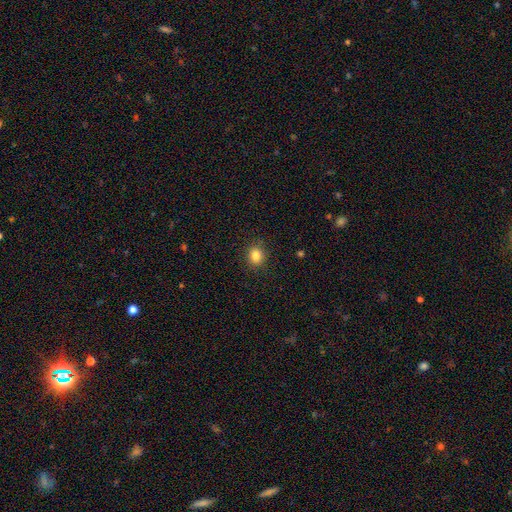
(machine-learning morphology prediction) Smooth or featured?
  - smooth: 84% *
  - star or artifact: 11%
  - featured or disk: 5%
How rounded?
  - round: 72% *
  - in between: 27%
  - cigar-shaped: 1%
Merging?
  - none: 89% *
  - minor disturbance: 8%
  - major disturbance: 2%
  - merger: 1%